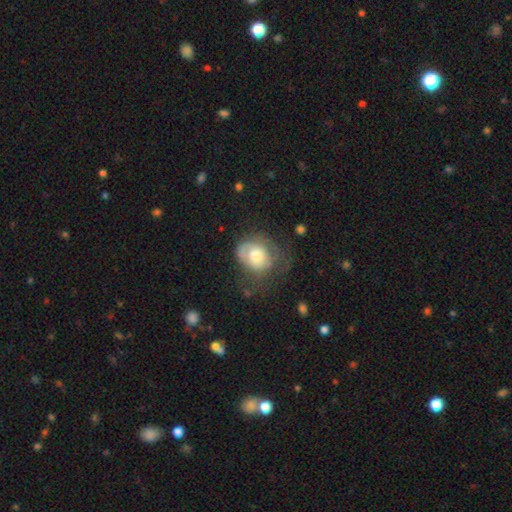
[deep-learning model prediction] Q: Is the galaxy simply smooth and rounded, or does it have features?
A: smooth — 53%.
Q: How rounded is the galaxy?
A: round — 59%.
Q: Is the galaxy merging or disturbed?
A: none — 37%.